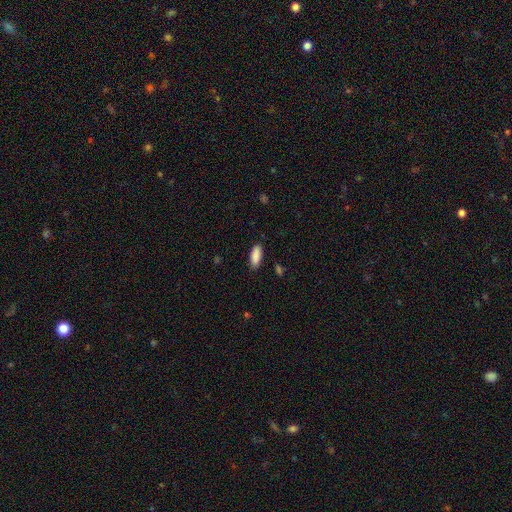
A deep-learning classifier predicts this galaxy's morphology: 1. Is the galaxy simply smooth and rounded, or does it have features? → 89% smooth, 6% star or artifact, 4% featured or disk.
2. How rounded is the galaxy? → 77% in between, 21% cigar-shaped, 2% round.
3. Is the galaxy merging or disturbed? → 85% none, 11% minor disturbance, 2% major disturbance, 1% merger.